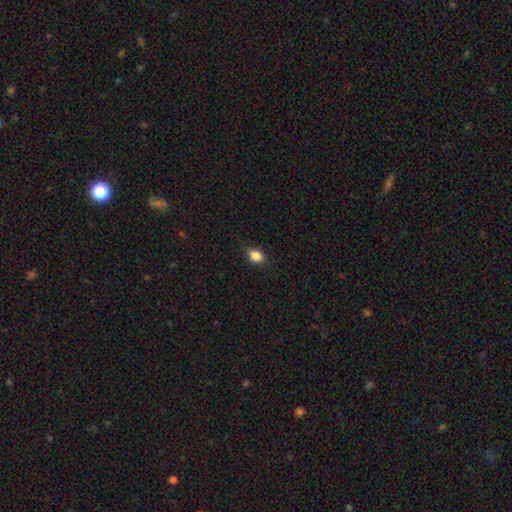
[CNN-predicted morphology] This appears to be a smooth galaxy with no disk features (85%) that is in between round and cigar-shaped (71%). Merging: none (84%).